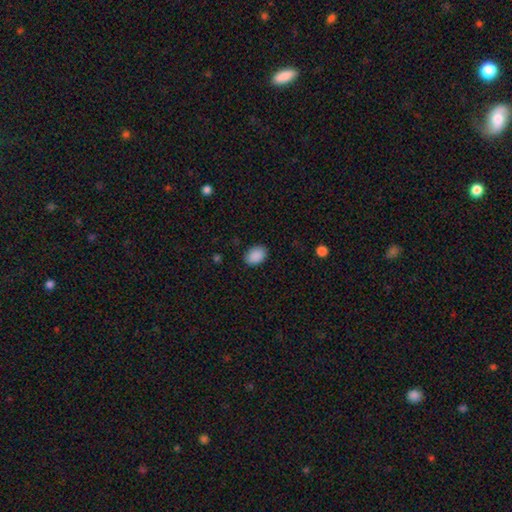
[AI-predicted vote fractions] This is clearly a smooth galaxy (90%). How rounded: clearly in between (82%). Merging: clearly none (86%).